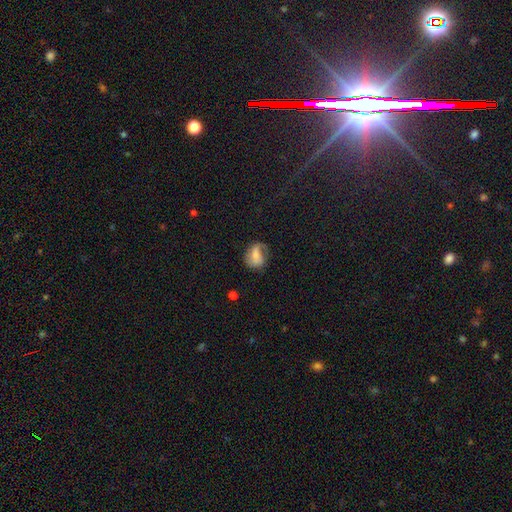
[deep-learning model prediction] A featured or disk galaxy (46%, tied with smooth). Merging: none (51%).